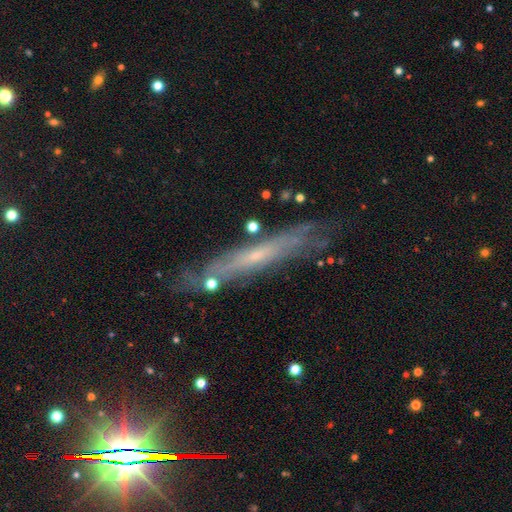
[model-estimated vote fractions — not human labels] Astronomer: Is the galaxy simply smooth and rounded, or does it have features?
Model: featured or disk — 64%.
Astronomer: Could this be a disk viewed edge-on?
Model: yes — 72%.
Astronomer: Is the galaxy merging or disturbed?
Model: none — 77%.